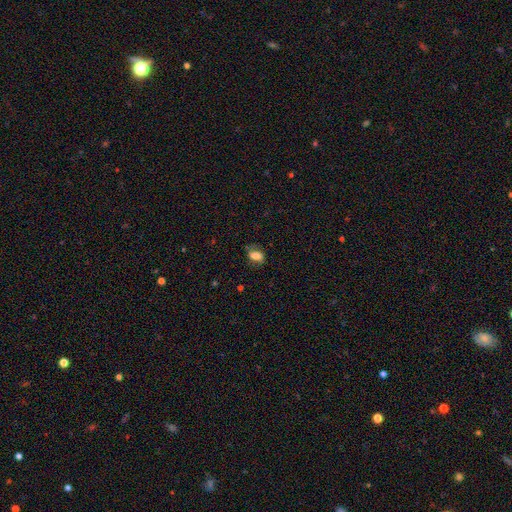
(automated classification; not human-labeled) Smooth or featured?
  - smooth: 69% *
  - featured or disk: 21%
  - star or artifact: 10%
How rounded?
  - in between: 82% *
  - round: 14%
  - cigar-shaped: 3%
Merging?
  - none: 66% *
  - minor disturbance: 23%
  - major disturbance: 10%
  - merger: 2%